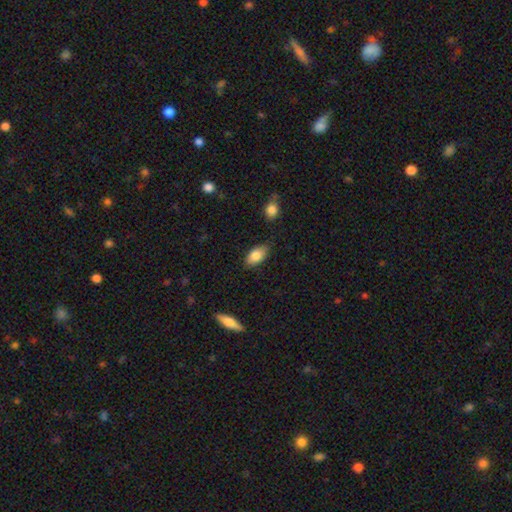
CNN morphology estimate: A smooth galaxy with no disk features (83%) that is in between round and cigar-shaped (91%). Merging: none (80%).